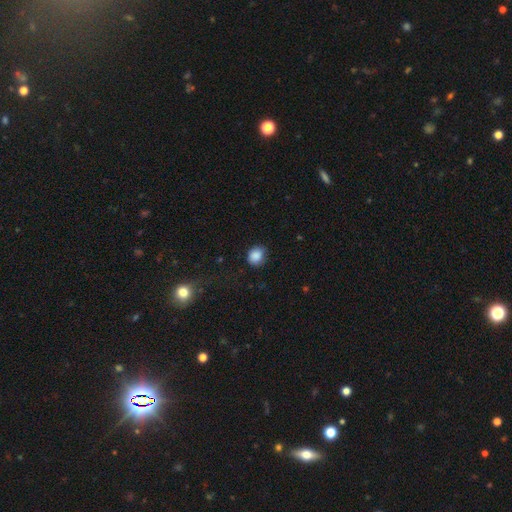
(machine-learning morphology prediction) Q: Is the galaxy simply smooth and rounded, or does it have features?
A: smooth — 87%.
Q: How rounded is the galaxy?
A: round — 71%.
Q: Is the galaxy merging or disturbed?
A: none — 73%.